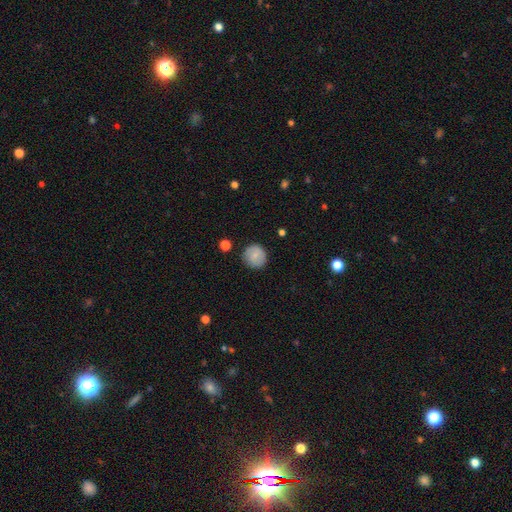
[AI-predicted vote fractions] smooth_or_featured: smooth (p=0.69) [alt: featured or disk p=0.23]
how_rounded: round (p=0.93) [alt: in between p=0.06]
merging: none (p=0.85) [alt: minor disturbance p=0.11]